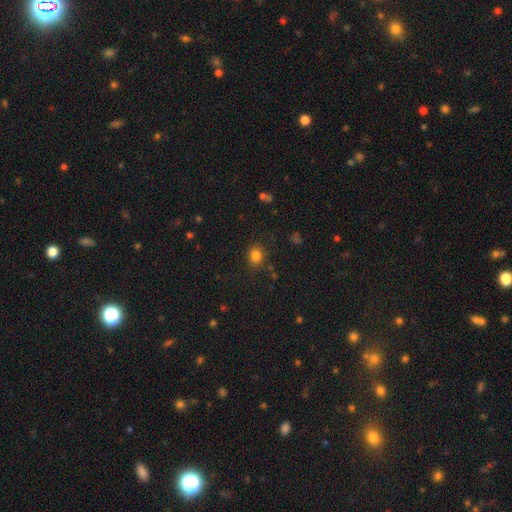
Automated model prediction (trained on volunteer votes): This appears to be a smooth galaxy with no disk features (81%) that is round (66%). Merging: none (82%).